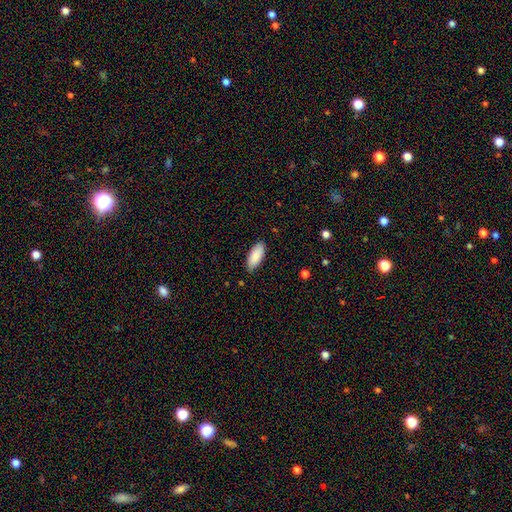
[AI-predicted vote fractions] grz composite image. It shows a smooth galaxy with no disk features (87%) that is in between round and cigar-shaped (85%). Merging: none (84%).